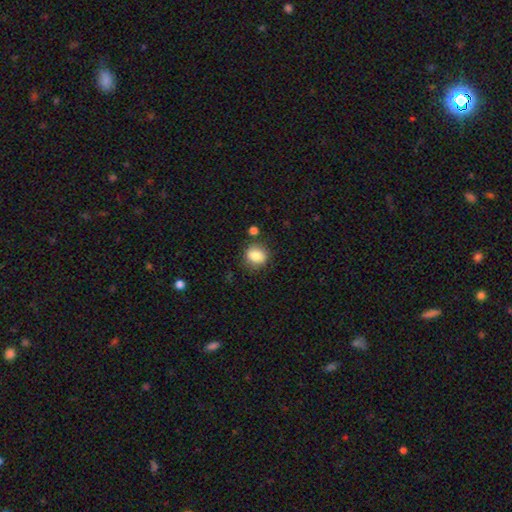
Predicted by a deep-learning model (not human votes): This appears to be a smooth galaxy with no disk features (84%) that is round (65%). Merging: none (76%).